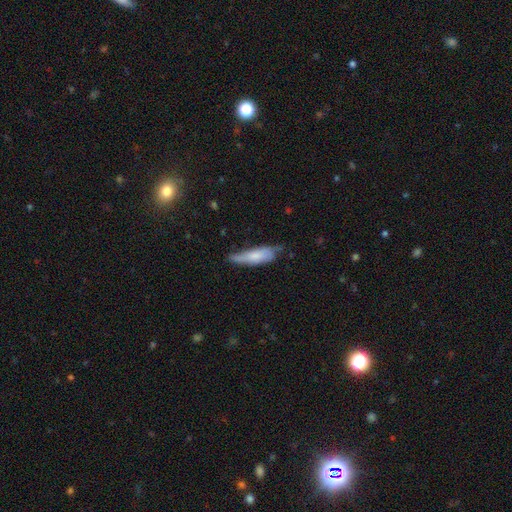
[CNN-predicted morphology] Overall: smooth (65%; featured or disk 28%). How rounded: cigar-shaped (61%; in between 37%). Merging: none (45%; minor disturbance 39%).